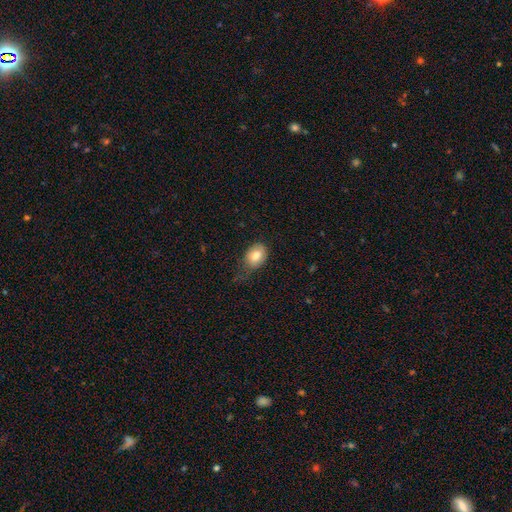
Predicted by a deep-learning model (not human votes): Q: Smooth or featured?
A: smooth (81%); runner-up: featured or disk (11%)
Q: How rounded?
A: in between (74%); runner-up: round (25%)
Q: Merging?
A: none (55%); runner-up: minor disturbance (32%)